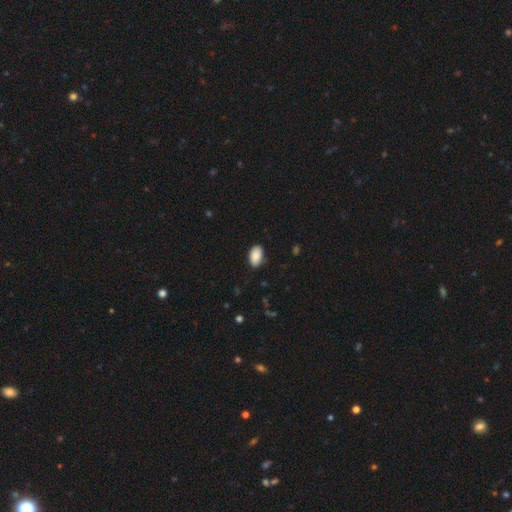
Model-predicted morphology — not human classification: type=smooth (88%); roundness=in between (92%); merging=none (83%).